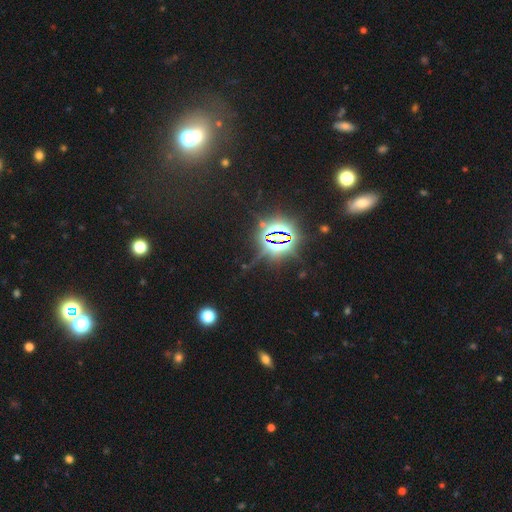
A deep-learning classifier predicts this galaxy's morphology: This is likely a star or artifact rather than a galaxy (78%).